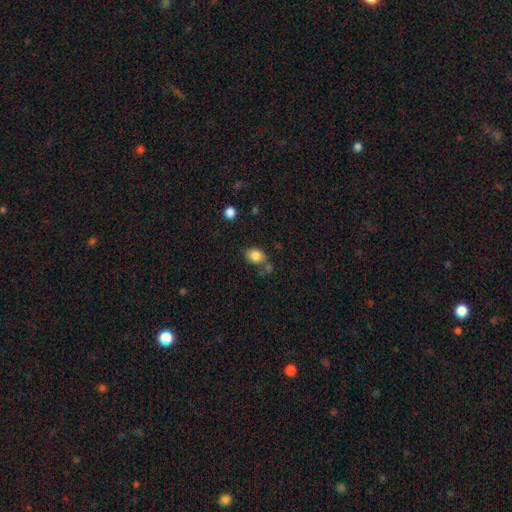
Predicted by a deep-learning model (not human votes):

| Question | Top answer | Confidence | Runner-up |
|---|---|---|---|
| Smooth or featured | smooth | 85% | star or artifact (9%) |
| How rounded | in between | 57% | round (42%) |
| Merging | none | 59% | minor disturbance (18%) |